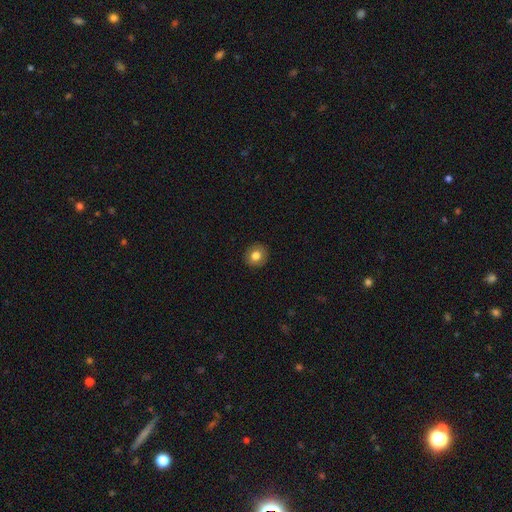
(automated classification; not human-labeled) A smooth galaxy with no disk features (80%) that is round (86%).

Vote fractions:
- Smooth or featured? smooth: 80% / featured or disk: 11% / star or artifact: 9%
- How rounded? round: 86% / in between: 13% / cigar-shaped: 1%
- Merging? none: 91% / minor disturbance: 7% / major disturbance: 2% / merger: 1%